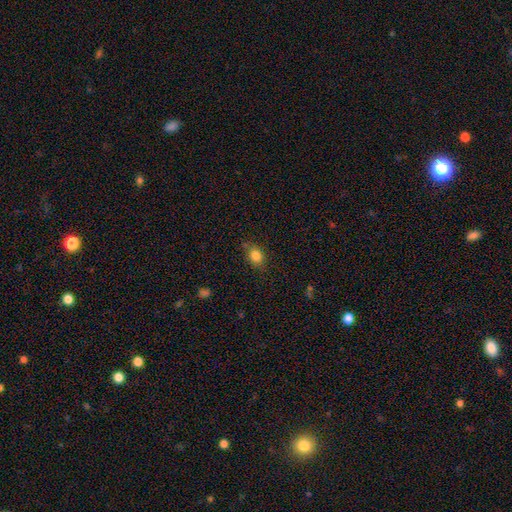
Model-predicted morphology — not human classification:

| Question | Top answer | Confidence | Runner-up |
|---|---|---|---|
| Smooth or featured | smooth | 83% | star or artifact (10%) |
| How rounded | in between | 60% | round (38%) |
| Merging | none | 74% | minor disturbance (20%) |